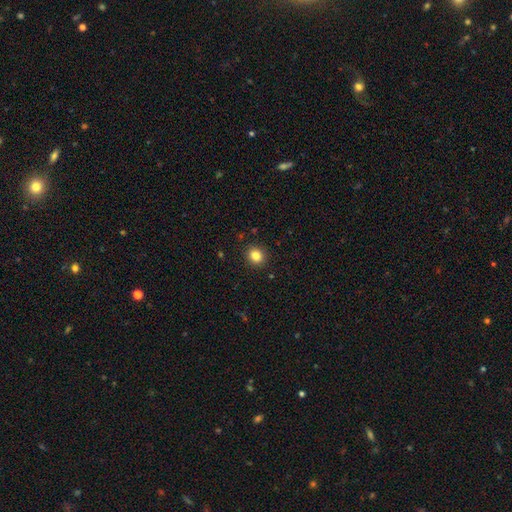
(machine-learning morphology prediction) Q: Smooth or featured?
A: smooth (83%); runner-up: star or artifact (11%)
Q: How rounded?
A: round (81%); runner-up: in between (19%)
Q: Merging?
A: none (91%); runner-up: minor disturbance (6%)